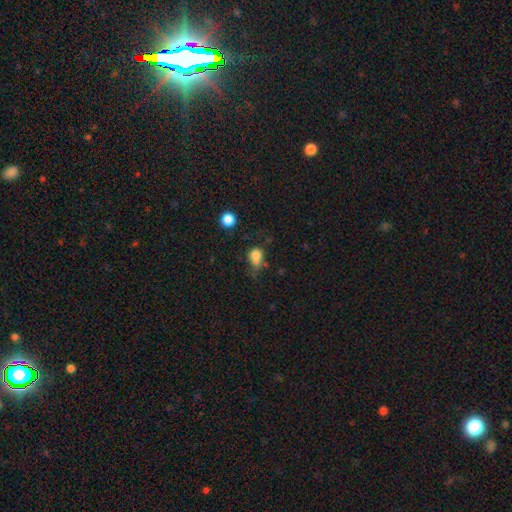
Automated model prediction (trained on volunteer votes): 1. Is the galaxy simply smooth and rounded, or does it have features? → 77% smooth, 13% star or artifact, 10% featured or disk.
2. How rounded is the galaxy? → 51% in between, 47% round, 2% cigar-shaped.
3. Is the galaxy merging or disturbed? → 37% none, 31% minor disturbance, 19% major disturbance, 13% merger.